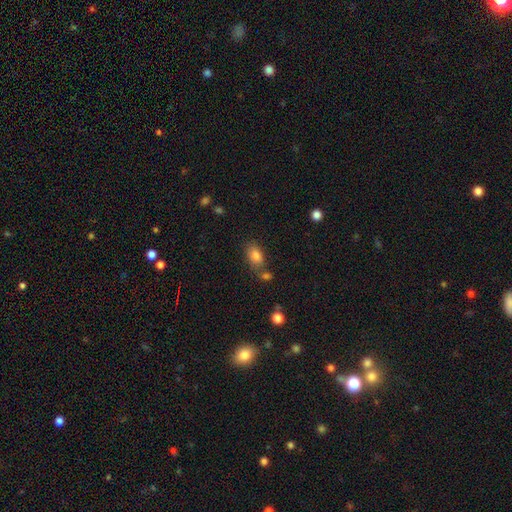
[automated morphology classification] This appears to be a smooth galaxy with no disk features (82%) that is in between round and cigar-shaped (87%). Merging: none (61%).